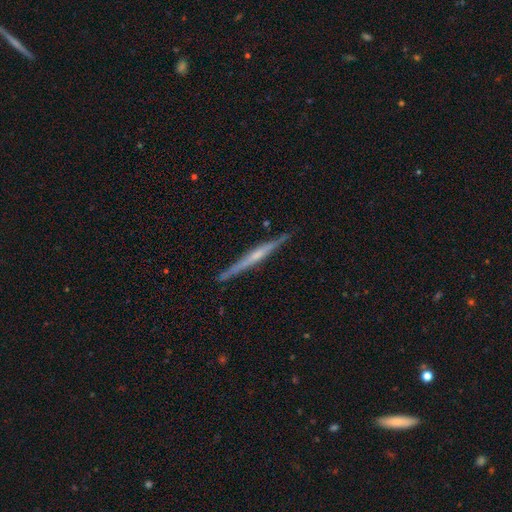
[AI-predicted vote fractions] Q: Smooth or featured?
A: featured or disk (72%); runner-up: smooth (22%)
Q: Edge-on disk?
A: yes (98%); runner-up: no (2%)
Q: Edge-on bulge?
A: rounded (48%); runner-up: none (39%)
Q: Merging?
A: none (88%); runner-up: minor disturbance (9%)